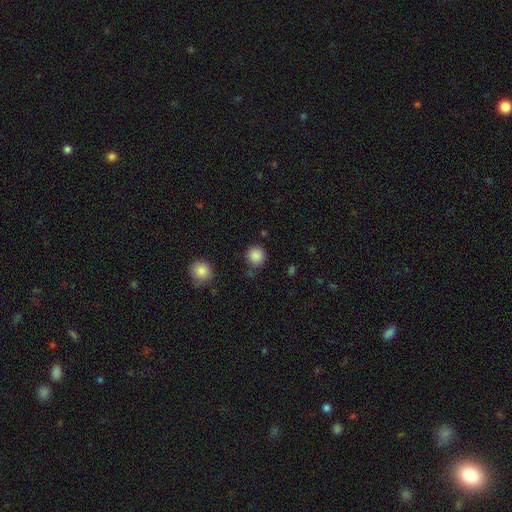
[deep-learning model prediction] This appears to be a smooth galaxy with no disk features (87%) that is round (91%). Merging: none (83%).